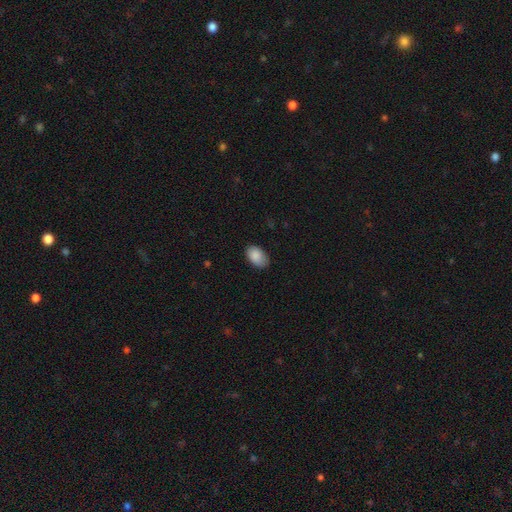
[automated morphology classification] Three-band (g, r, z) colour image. It shows a smooth galaxy with no disk features (89%) that is in between round and cigar-shaped (92%). Merging: none (79%).